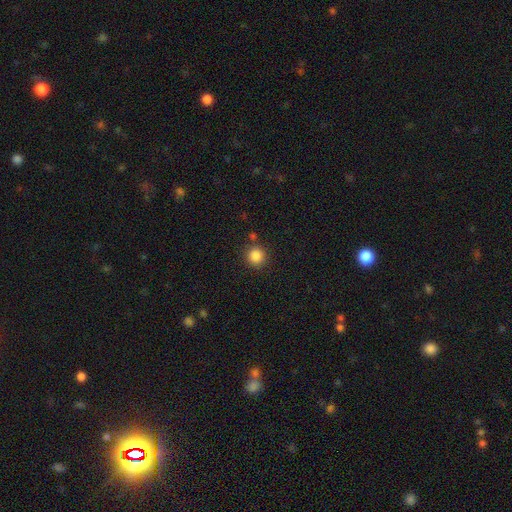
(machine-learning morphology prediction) Overall: smooth (86%). How rounded: round (90%). Merging: none (84%).